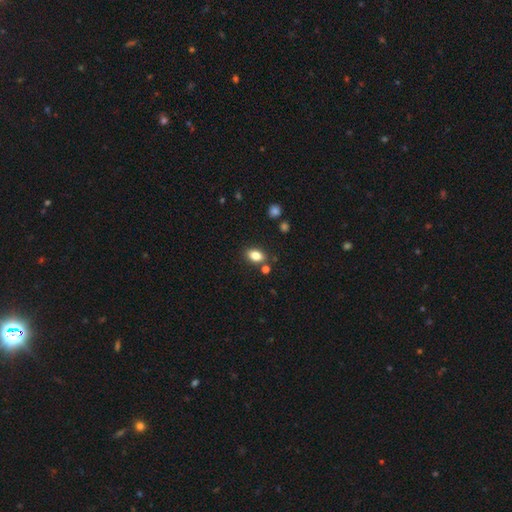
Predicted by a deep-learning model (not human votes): This is clearly a smooth galaxy (82%). How rounded: clearly in between (84%). Merging: clearly none (80%).